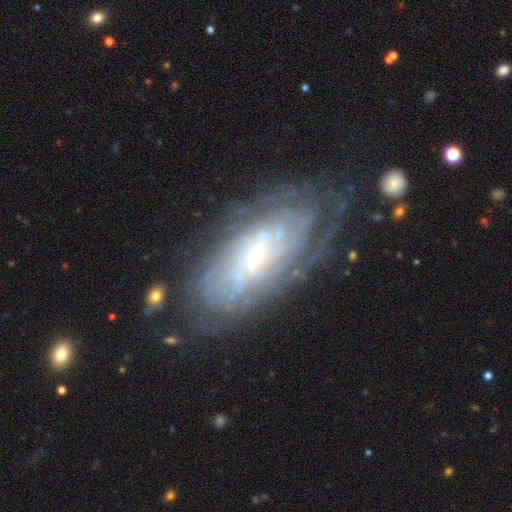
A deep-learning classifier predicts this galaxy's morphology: Smooth or featured? featured or disk (82%)
Edge-on disk? no (92%)
Bar? no (53%)
Spiral arms? yes (92%)
Spiral winding? tight (75%)
Spiral arm count? can't tell (50%)
Bulge size? small (72%)
Merging? none (70%)